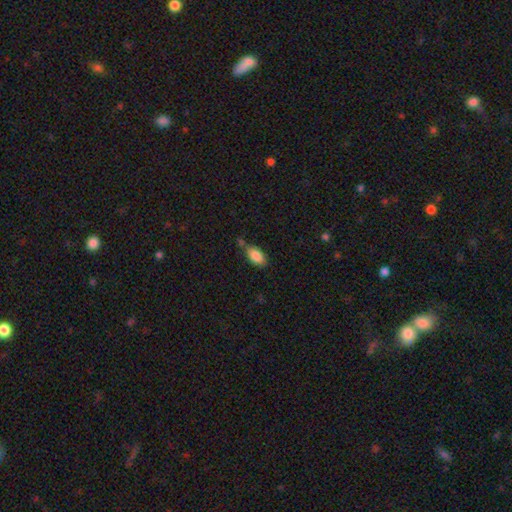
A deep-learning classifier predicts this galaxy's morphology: This is clearly a smooth galaxy (87%). How rounded: clearly in between (92%). Merging: possibly none (60%).